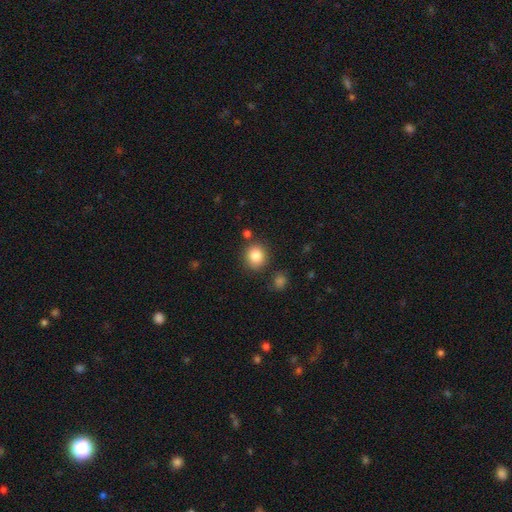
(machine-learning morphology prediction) Smooth or featured? Predicted: smooth (p=0.85). How rounded? Predicted: round (p=0.83). Merging? Predicted: none (p=0.83).